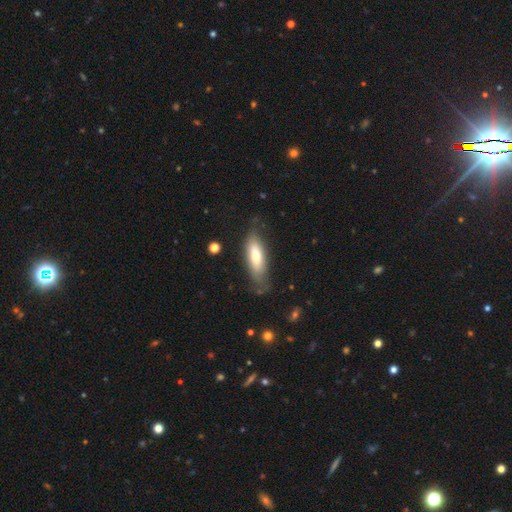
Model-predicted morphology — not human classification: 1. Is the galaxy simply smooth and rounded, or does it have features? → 71% smooth, 24% featured or disk, 6% star or artifact.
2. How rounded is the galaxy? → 57% in between, 41% cigar-shaped, 2% round.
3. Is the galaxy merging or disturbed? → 65% none, 24% minor disturbance, 8% major disturbance, 2% merger.